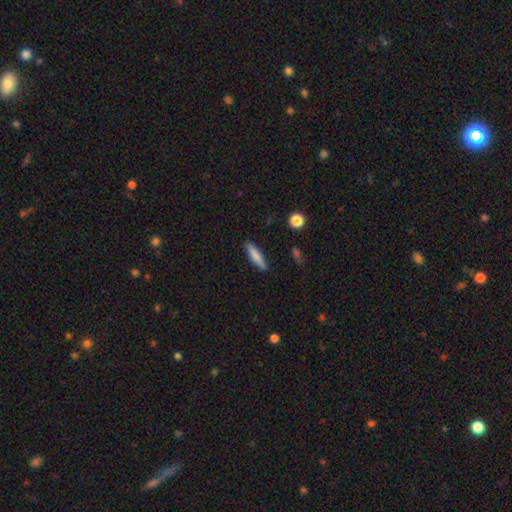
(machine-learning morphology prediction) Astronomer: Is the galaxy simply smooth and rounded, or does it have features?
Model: smooth — 78%.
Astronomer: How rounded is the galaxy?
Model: cigar-shaped — 79%.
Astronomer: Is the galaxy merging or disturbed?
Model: none — 84%.